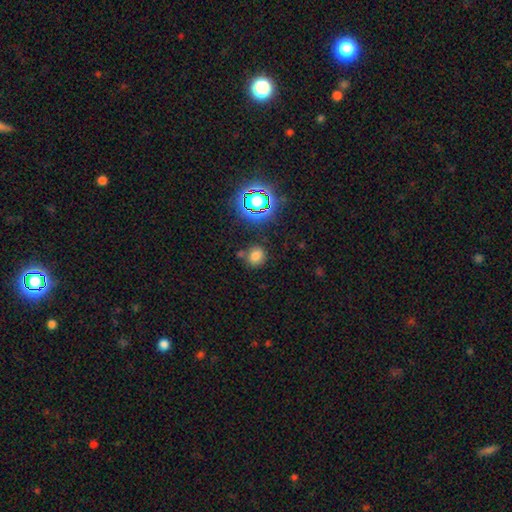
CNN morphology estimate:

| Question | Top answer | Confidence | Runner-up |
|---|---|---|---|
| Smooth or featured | smooth | 71% | star or artifact (22%) |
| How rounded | round | 75% | in between (24%) |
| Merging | none | 73% | minor disturbance (13%) |